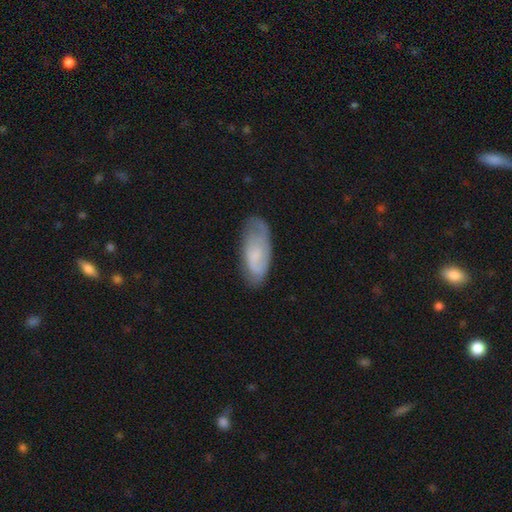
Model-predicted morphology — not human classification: smooth-or-featured: smooth: 52% | featured or disk: 41% | star or artifact: 7%
  how-rounded: in between: 84% | cigar-shaped: 14% | round: 2%
  merging: none: 65% | minor disturbance: 25% | major disturbance: 8% | merger: 2%